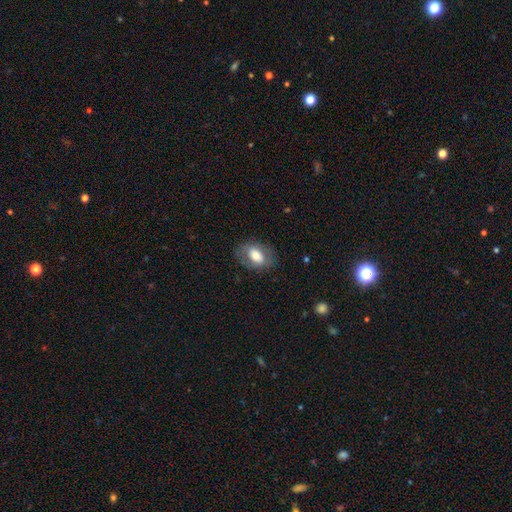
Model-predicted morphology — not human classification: A smooth galaxy with no disk features (61%) that is in between round and cigar-shaped (81%). Merging: none (77%).